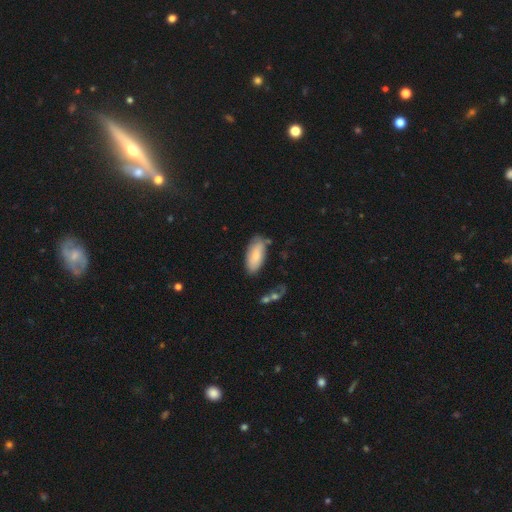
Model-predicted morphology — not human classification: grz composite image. It shows a smooth galaxy with no disk features (77%) that is in between round and cigar-shaped (87%). Merging: none (74%).